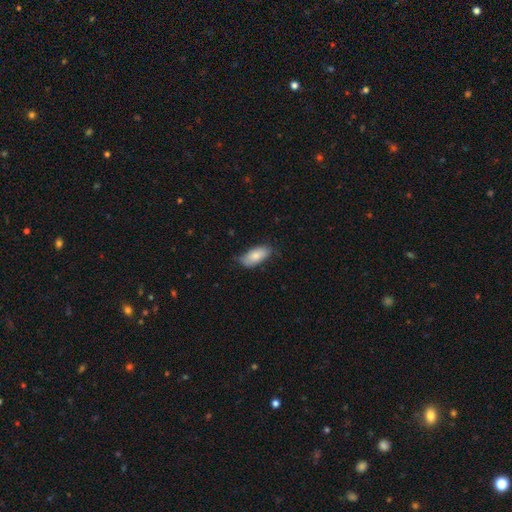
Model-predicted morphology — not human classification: This appears to be a smooth galaxy with no disk features (81%) that is in between round and cigar-shaped (90%). Merging: none (72%).